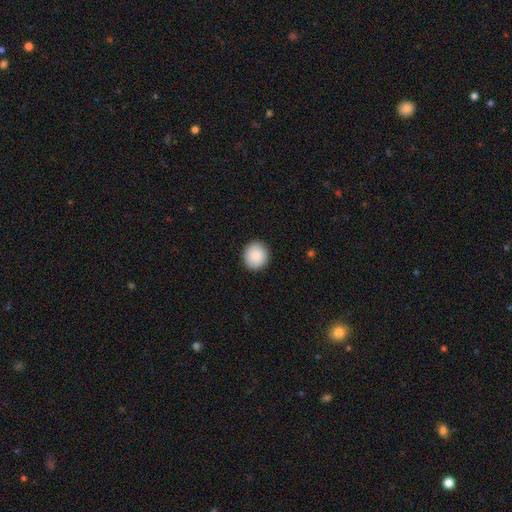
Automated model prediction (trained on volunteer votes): This appears to be a smooth galaxy with no disk features (89%) that is round (89%). Merging: none (92%).